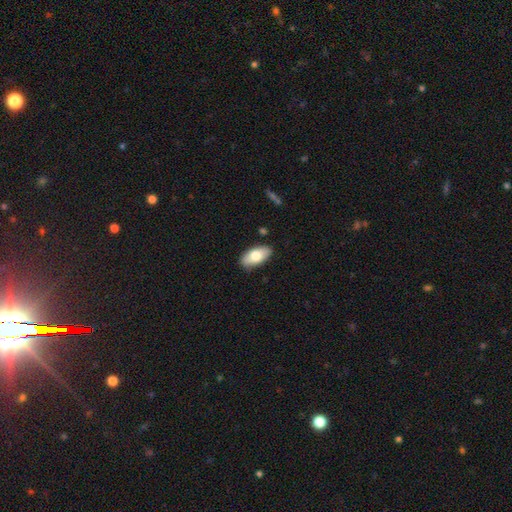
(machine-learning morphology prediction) Overall: smooth (76%). How rounded: in between (93%). Merging: none (85%).